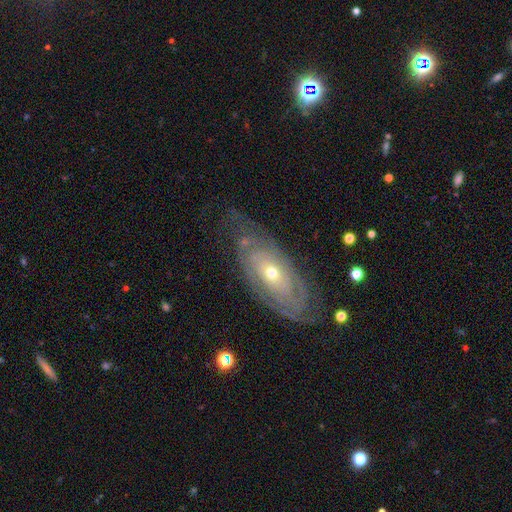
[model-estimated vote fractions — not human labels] A featured or disk galaxy (79%) with no bar (77%), tight (76%) spiral arms (84%) and a small central bulge (54%). Merging: none (70%).